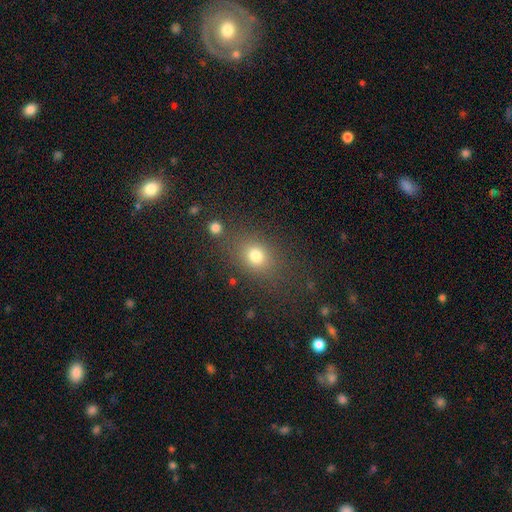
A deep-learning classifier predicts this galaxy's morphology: smooth_or_featured: smooth (p=0.77) [alt: star or artifact p=0.15]
how_rounded: in between (p=0.50) [alt: round p=0.47]
merging: none (p=0.74) [alt: minor disturbance p=0.13]